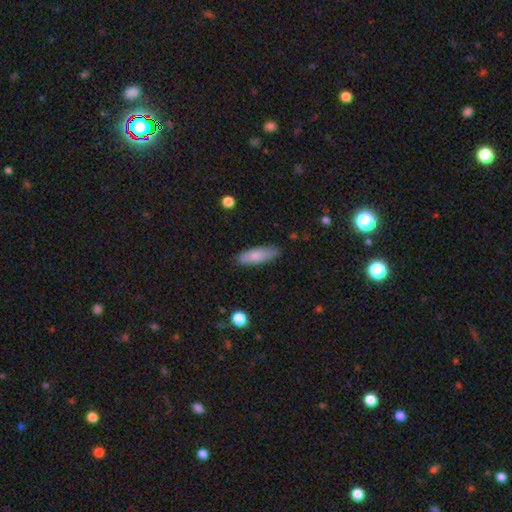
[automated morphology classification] The model was most divided on "how rounded": in between: 54%, cigar-shaped: 44%, round: 2%. More confident: merging — none (86%); smooth or featured — smooth (80%).